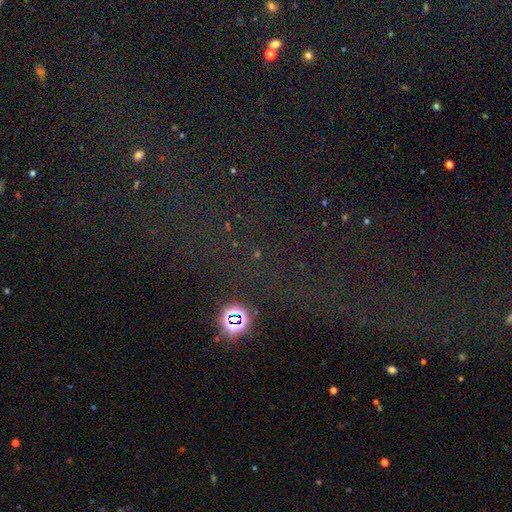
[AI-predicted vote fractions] The model was most divided on "smooth or featured": star or artifact: 72%, smooth: 16%, featured or disk: 12%.